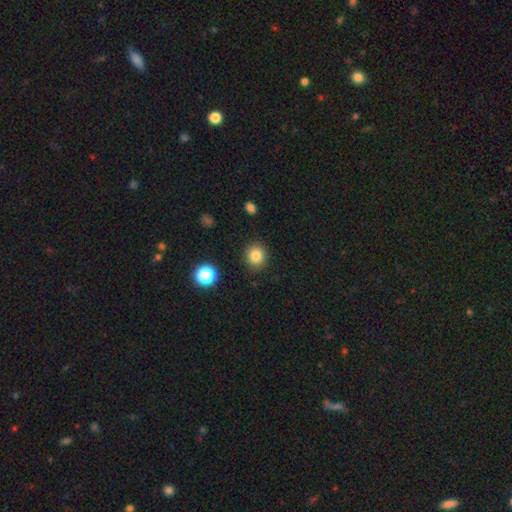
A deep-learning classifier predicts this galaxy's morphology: smooth-or-featured: smooth: 83% | star or artifact: 11% | featured or disk: 5%
  how-rounded: round: 83% | in between: 17% | cigar-shaped: 1%
  merging: none: 89% | minor disturbance: 7% | major disturbance: 2% | merger: 2%